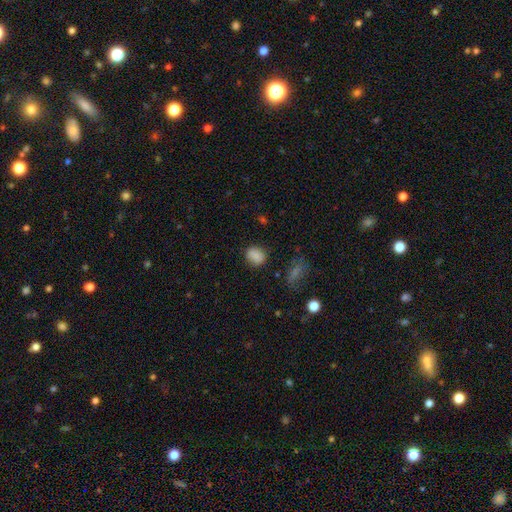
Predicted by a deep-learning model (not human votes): smooth-or-featured: smooth: 84% | star or artifact: 10% | featured or disk: 6%
  how-rounded: round: 60% | in between: 39% | cigar-shaped: 1%
  merging: none: 80% | minor disturbance: 14% | major disturbance: 4% | merger: 3%